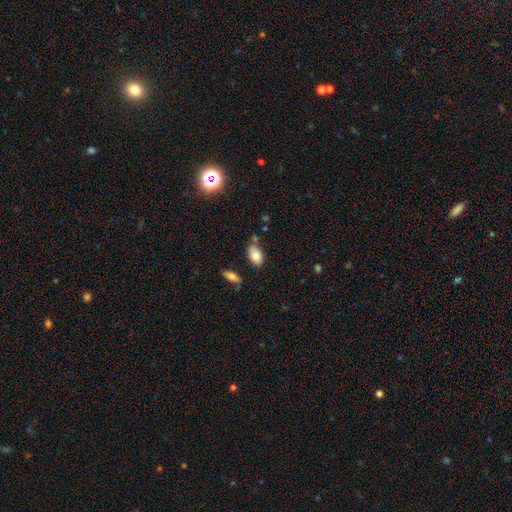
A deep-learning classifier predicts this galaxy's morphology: Overall: smooth (82%). How rounded: in between (92%). Merging: none (66%).